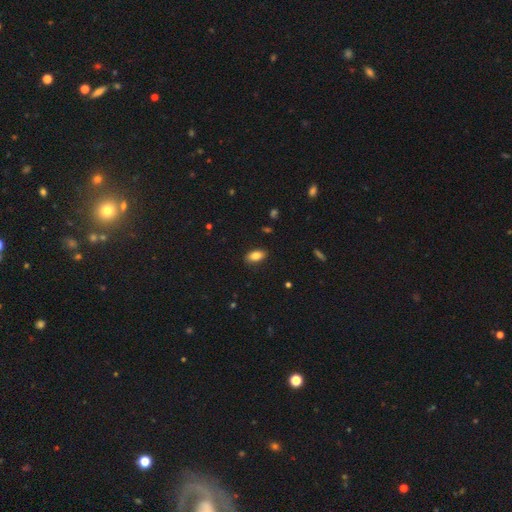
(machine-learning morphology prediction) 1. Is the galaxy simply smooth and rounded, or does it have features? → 84% smooth, 8% featured or disk, 8% star or artifact.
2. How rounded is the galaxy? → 90% in between, 5% round, 5% cigar-shaped.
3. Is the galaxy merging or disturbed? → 87% none, 9% minor disturbance, 2% major disturbance, 1% merger.